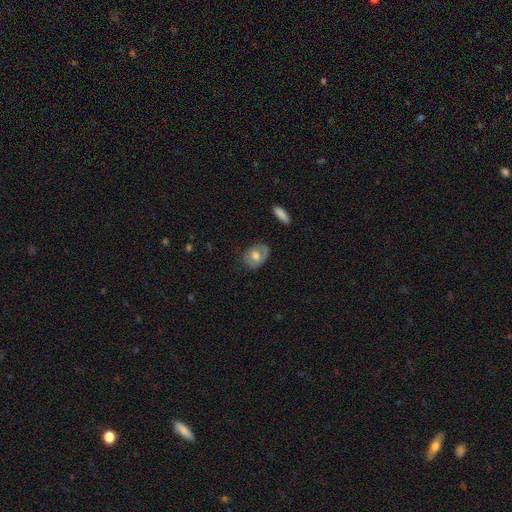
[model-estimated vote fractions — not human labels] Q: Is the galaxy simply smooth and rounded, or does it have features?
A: smooth — 56%.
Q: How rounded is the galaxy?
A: in between — 67%.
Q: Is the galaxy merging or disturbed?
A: none — 64%.